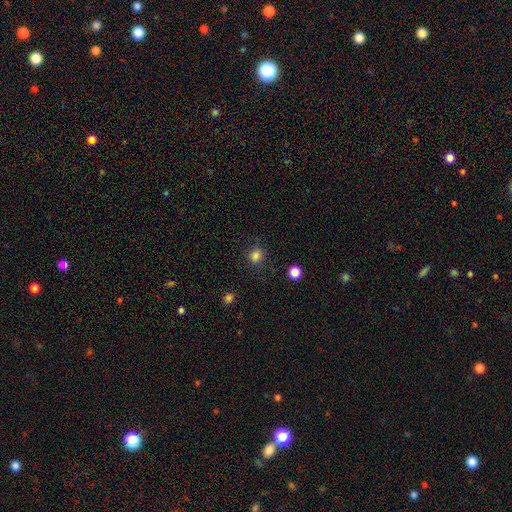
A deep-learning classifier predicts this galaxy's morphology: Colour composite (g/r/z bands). It shows a smooth galaxy with no disk features (82%) that is round (78%). Merging: none (80%).